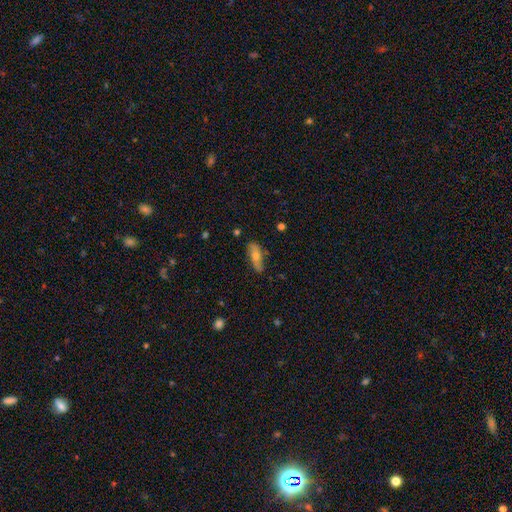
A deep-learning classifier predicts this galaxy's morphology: smooth-or-featured: smooth: 48% | featured or disk: 44% | star or artifact: 8%
  merging: none: 75% | minor disturbance: 19% | major disturbance: 4% | merger: 2%